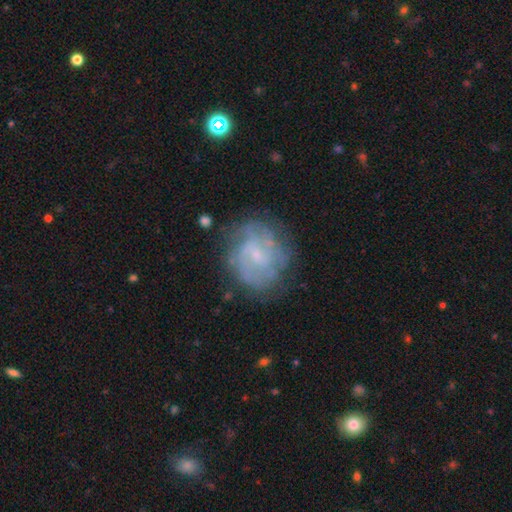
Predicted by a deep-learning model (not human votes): Smooth or featured? Predicted: featured or disk (p=0.74). Edge-on disk? Predicted: no (p=0.98). Bar? Predicted: no (p=0.49). Spiral arms? Predicted: yes (p=0.85). Spiral winding? Predicted: tight (p=0.47). Spiral arm count? Predicted: can't tell (p=0.41). Bulge size? Predicted: small (p=0.71). Merging? Predicted: none (p=0.72).